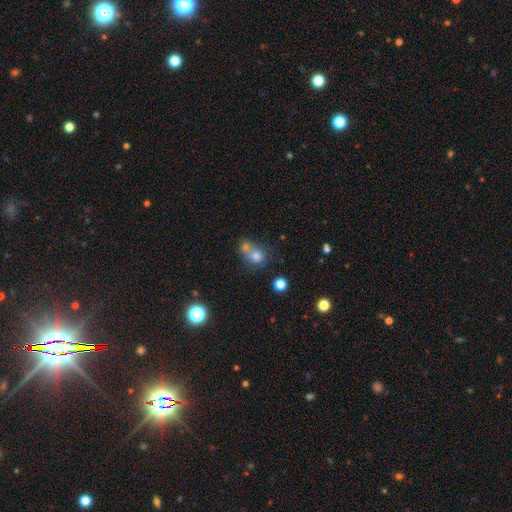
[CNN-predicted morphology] The model was most divided on "merging": merger: 57%, none: 29%, minor disturbance: 9%, major disturbance: 6%. More confident: smooth or featured — smooth (71%); how rounded — round (67%).